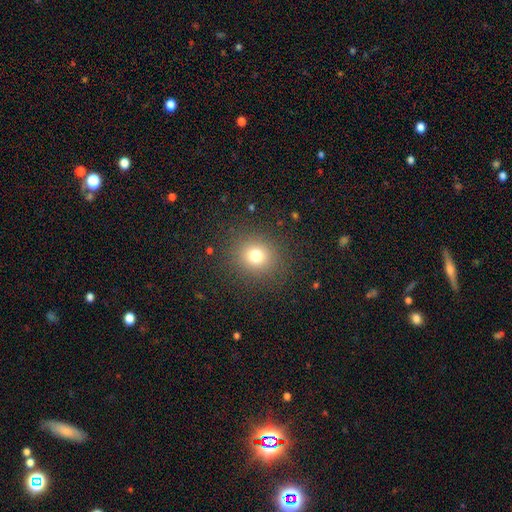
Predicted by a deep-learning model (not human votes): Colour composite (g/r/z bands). It shows a smooth galaxy with no disk features (75%) that is round (82%). Merging: none (87%).